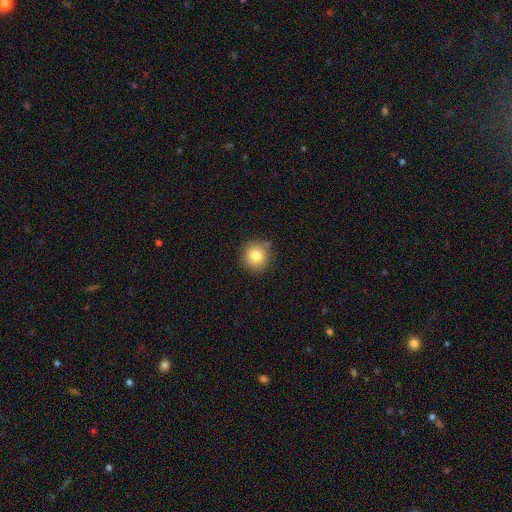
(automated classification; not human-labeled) smooth-or-featured: smooth: 80% | star or artifact: 10% | featured or disk: 9%
  how-rounded: round: 90% | in between: 9% | cigar-shaped: 1%
  merging: none: 79% | minor disturbance: 14% | merger: 3% | major disturbance: 3%